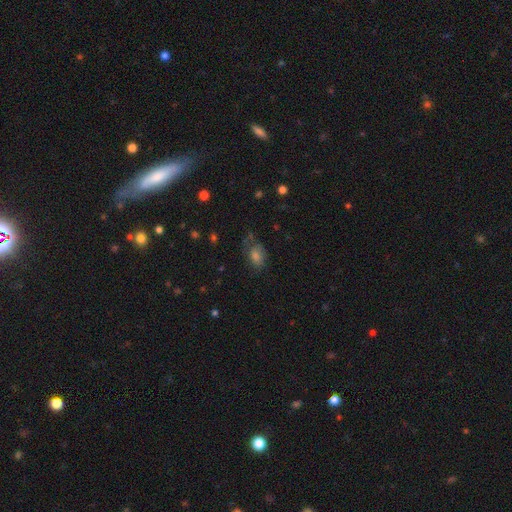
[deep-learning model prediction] Smooth or featured?
  - smooth: 60% *
  - featured or disk: 22%
  - star or artifact: 18%
How rounded?
  - in between: 79% *
  - round: 19%
  - cigar-shaped: 2%
Merging?
  - none: 53% *
  - minor disturbance: 26%
  - major disturbance: 17%
  - merger: 3%